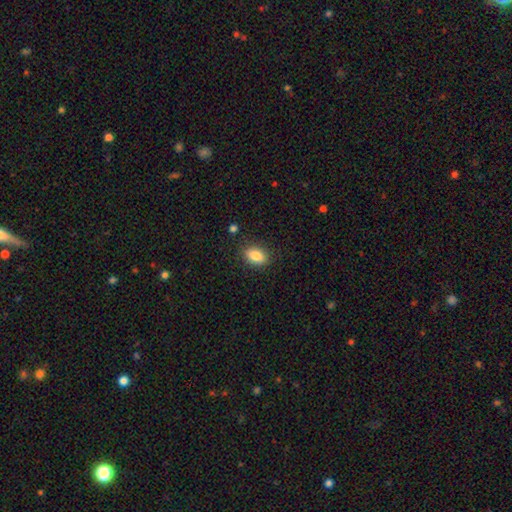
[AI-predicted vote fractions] smooth-or-featured: smooth: 86% | star or artifact: 8% | featured or disk: 6%
  how-rounded: in between: 87% | round: 10% | cigar-shaped: 4%
  merging: none: 86% | minor disturbance: 10% | major disturbance: 3% | merger: 1%